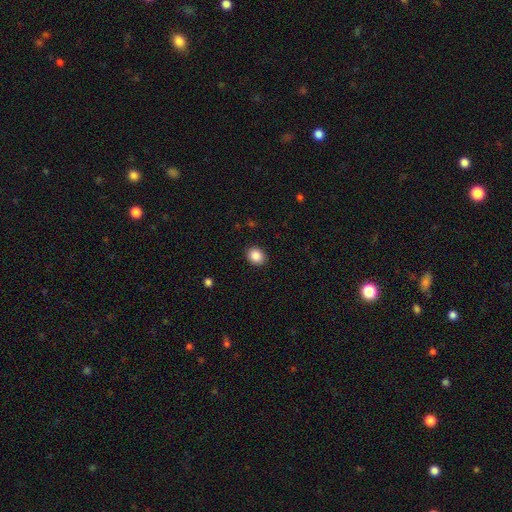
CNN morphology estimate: Q: Smooth or featured?
A: smooth (87%); runner-up: star or artifact (9%)
Q: How rounded?
A: round (54%); runner-up: in between (45%)
Q: Merging?
A: none (91%); runner-up: minor disturbance (6%)